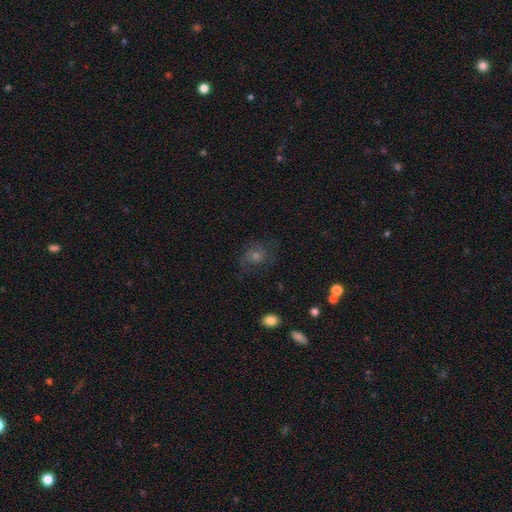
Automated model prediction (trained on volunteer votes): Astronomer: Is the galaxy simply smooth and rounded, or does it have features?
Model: featured or disk — 45% (runner-up: smooth, 31%).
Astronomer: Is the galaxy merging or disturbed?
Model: none — 70%.